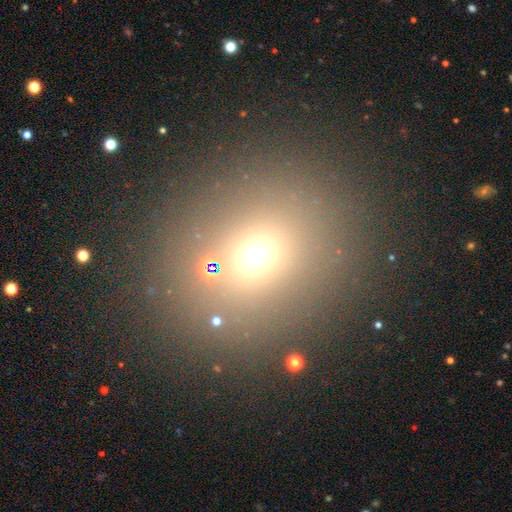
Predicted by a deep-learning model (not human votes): This appears to be a smooth galaxy with no disk features (62%) that is round (74%). Merging: none (80%).